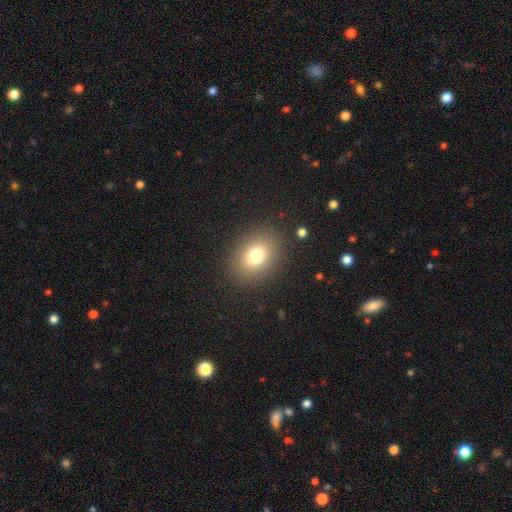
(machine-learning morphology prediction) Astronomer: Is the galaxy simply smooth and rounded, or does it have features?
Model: smooth — 76%.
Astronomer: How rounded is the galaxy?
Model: in between — 60% (runner-up: round, 39%).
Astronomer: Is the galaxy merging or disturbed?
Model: none — 87%.